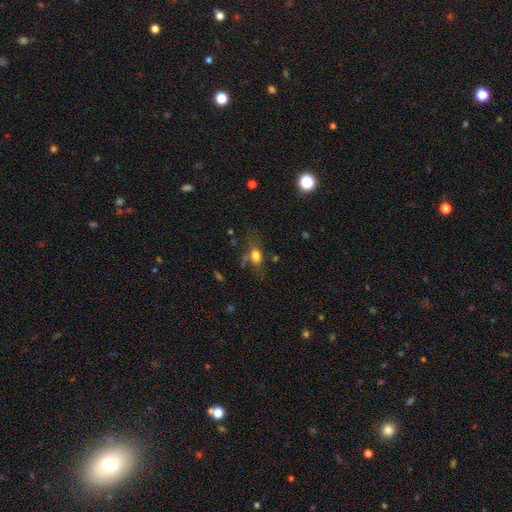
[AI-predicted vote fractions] smooth-or-featured: smooth: 72% | featured or disk: 16% | star or artifact: 12%
  how-rounded: in between: 67% | round: 25% | cigar-shaped: 8%
  merging: none: 58% | minor disturbance: 22% | major disturbance: 13% | merger: 7%